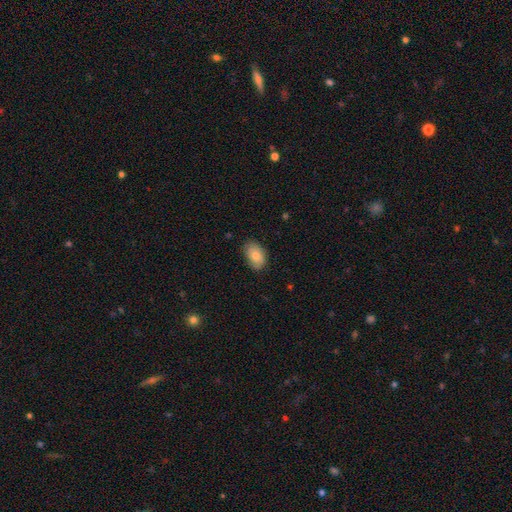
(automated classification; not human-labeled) Smooth or featured?
  - smooth: 82% *
  - featured or disk: 11%
  - star or artifact: 7%
How rounded?
  - in between: 88% *
  - round: 11%
  - cigar-shaped: 1%
Merging?
  - none: 80% *
  - minor disturbance: 16%
  - major disturbance: 3%
  - merger: 1%